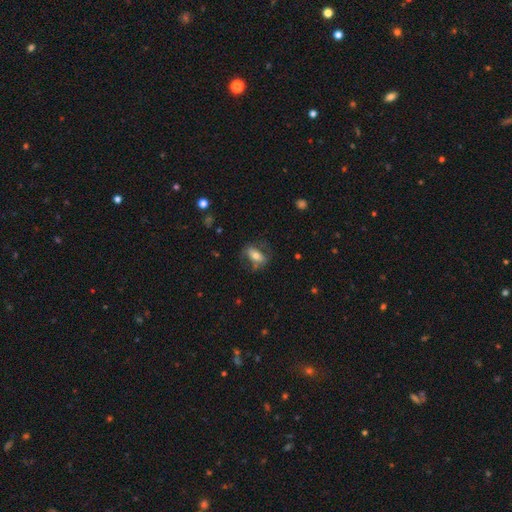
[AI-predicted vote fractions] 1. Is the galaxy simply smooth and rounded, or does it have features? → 55% smooth, 37% featured or disk, 8% star or artifact.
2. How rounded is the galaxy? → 78% in between, 13% cigar-shaped, 9% round.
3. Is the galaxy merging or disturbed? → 64% none, 20% minor disturbance, 14% major disturbance, 2% merger.